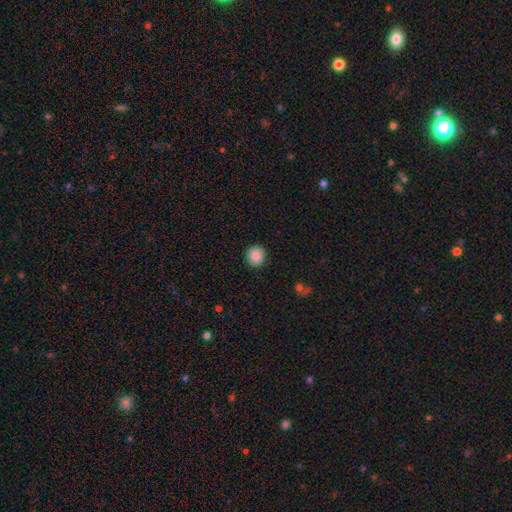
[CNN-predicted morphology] smooth-or-featured: smooth: 88% | star or artifact: 9% | featured or disk: 3%
  how-rounded: round: 90% | in between: 9% | cigar-shaped: 1%
  merging: none: 91% | minor disturbance: 6% | major disturbance: 2% | merger: 1%